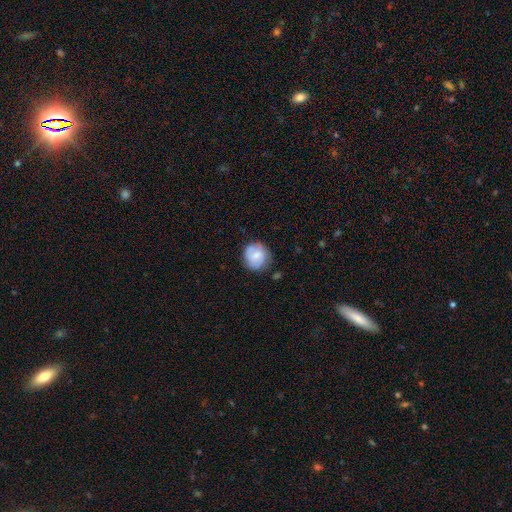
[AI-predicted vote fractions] Q: Smooth or featured?
A: smooth (57%); runner-up: featured or disk (36%)
Q: How rounded?
A: round (86%); runner-up: in between (13%)
Q: Merging?
A: none (76%); runner-up: minor disturbance (17%)